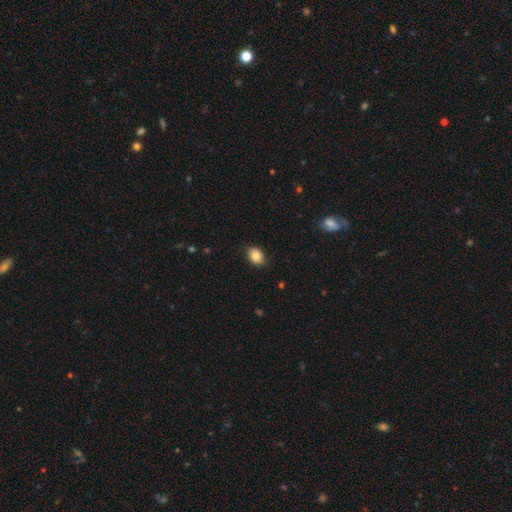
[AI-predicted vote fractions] This is clearly a smooth galaxy (84%). How rounded: likely in between (68%). Merging: clearly none (85%).